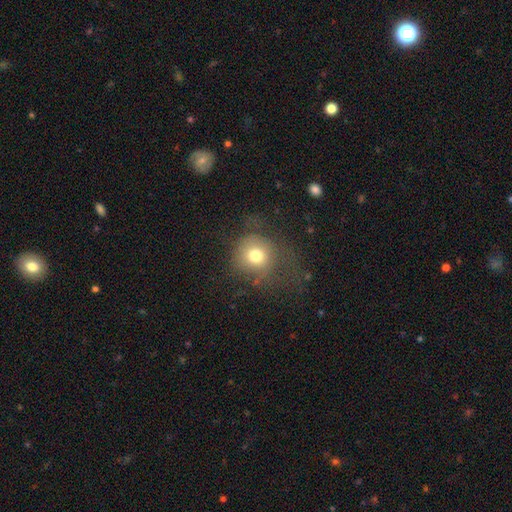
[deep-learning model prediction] Q: Smooth or featured?
A: smooth (73%); runner-up: featured or disk (14%)
Q: How rounded?
A: round (86%); runner-up: in between (13%)
Q: Merging?
A: none (53%); runner-up: major disturbance (24%)